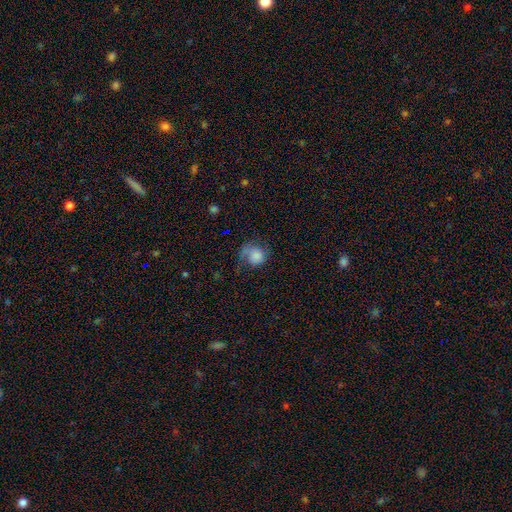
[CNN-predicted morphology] type=smooth (62%); roundness=round (71%); merging=none (38%).